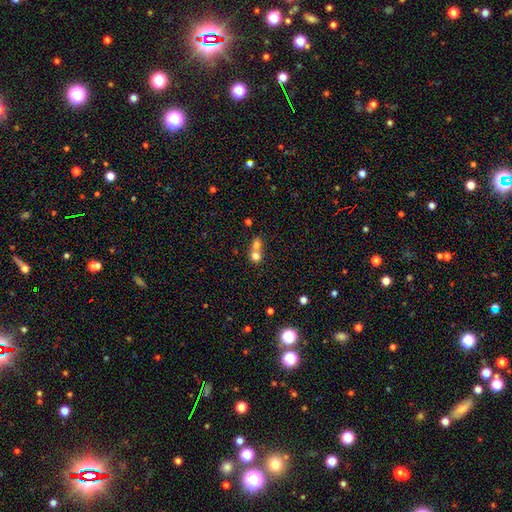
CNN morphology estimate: Smooth or featured: smooth — 75% (featured or disk — 13%)
How rounded: round — 80% (in between — 19%)
Merging: merger — 63% (none — 30%)